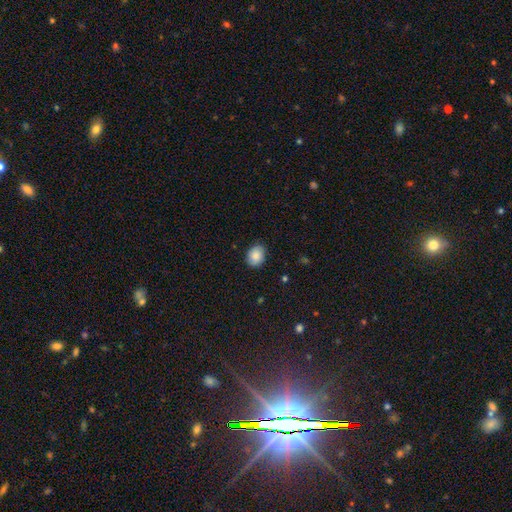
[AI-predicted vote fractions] Smooth or featured? smooth (87%)
How rounded? in between (50%)
Merging? none (85%)